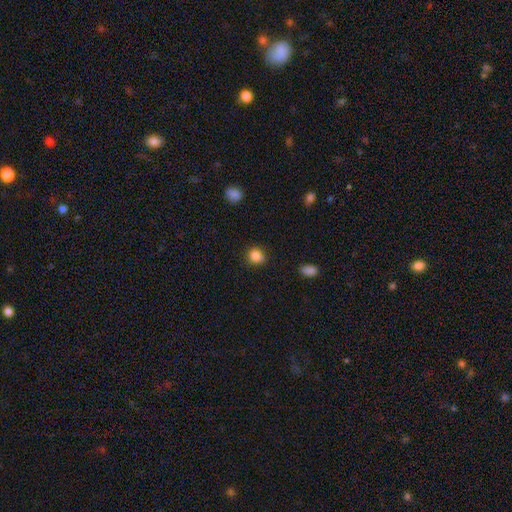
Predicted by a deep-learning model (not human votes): Smooth or featured? smooth (85%)
How rounded? round (77%)
Merging? none (78%)